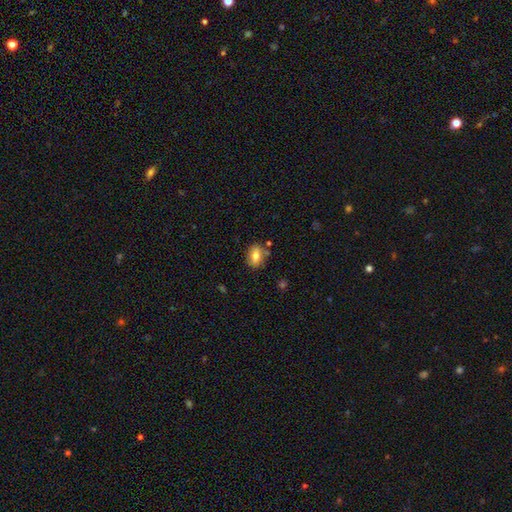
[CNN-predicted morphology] A smooth galaxy with no disk features (70%) that is in between round and cigar-shaped (72%). Merging: none (78%).